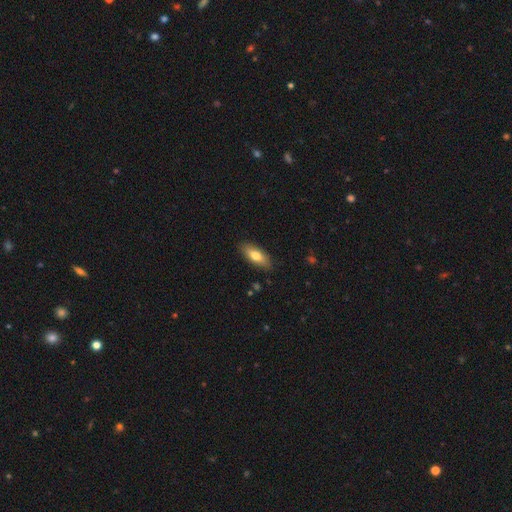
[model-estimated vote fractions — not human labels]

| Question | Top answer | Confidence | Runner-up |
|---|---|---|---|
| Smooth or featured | smooth | 74% | featured or disk (20%) |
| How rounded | in between | 78% | cigar-shaped (19%) |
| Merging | none | 86% | minor disturbance (11%) |